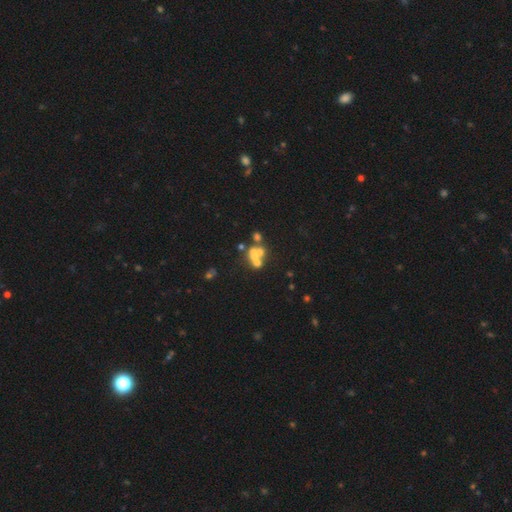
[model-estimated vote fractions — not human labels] smooth_or_featured: featured or disk (p=0.41) [alt: smooth p=0.36]
merging: merger (p=0.50) [alt: none p=0.30]